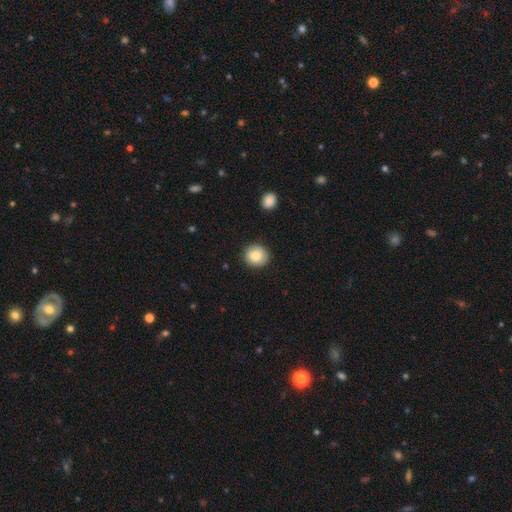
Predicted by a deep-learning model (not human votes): The model was most divided on "how rounded": round: 84%, in between: 15%, cigar-shaped: 1%. More confident: merging — none (89%); smooth or featured — smooth (84%).